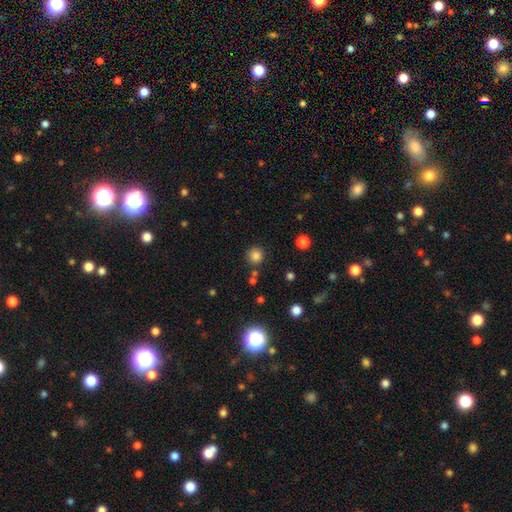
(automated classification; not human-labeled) Smooth or featured?
  - smooth: 82% *
  - star or artifact: 14%
  - featured or disk: 4%
How rounded?
  - round: 93% *
  - in between: 6%
  - cigar-shaped: 1%
Merging?
  - none: 82% *
  - minor disturbance: 8%
  - merger: 7%
  - major disturbance: 3%